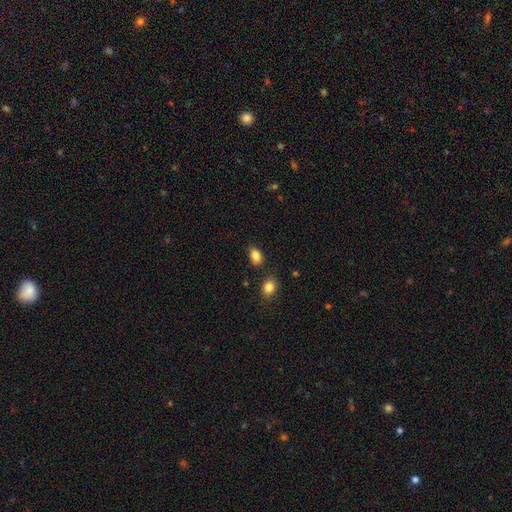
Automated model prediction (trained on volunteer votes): Smooth or featured? Predicted: smooth (p=0.86). How rounded? Predicted: in between (p=0.85). Merging? Predicted: none (p=0.79).